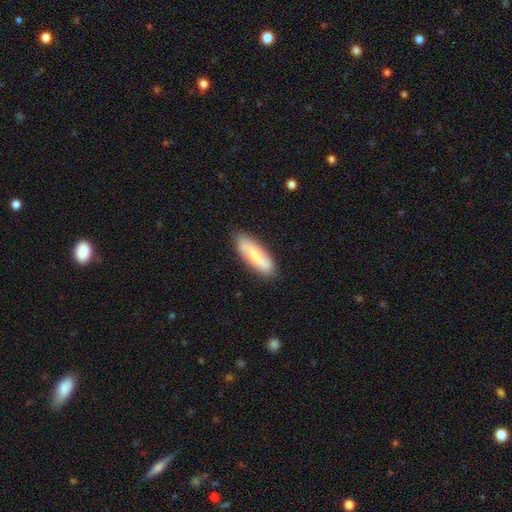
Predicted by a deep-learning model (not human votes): A smooth galaxy with no disk features (68%) that is in between round and cigar-shaped (51%).

Vote fractions:
- Smooth or featured? smooth: 68% / featured or disk: 26% / star or artifact: 6%
- How rounded? in between: 51% / cigar-shaped: 47% / round: 2%
- Merging? none: 82% / minor disturbance: 14% / major disturbance: 3% / merger: 1%